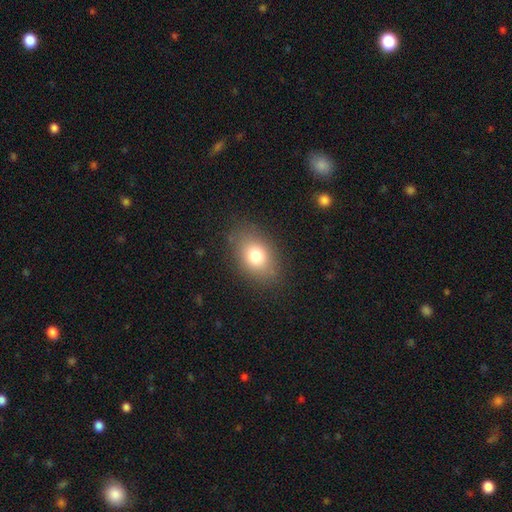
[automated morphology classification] smooth-or-featured: smooth: 77% | featured or disk: 12% | star or artifact: 11%
  how-rounded: in between: 77% | round: 21% | cigar-shaped: 1%
  merging: none: 82% | minor disturbance: 12% | major disturbance: 4% | merger: 1%